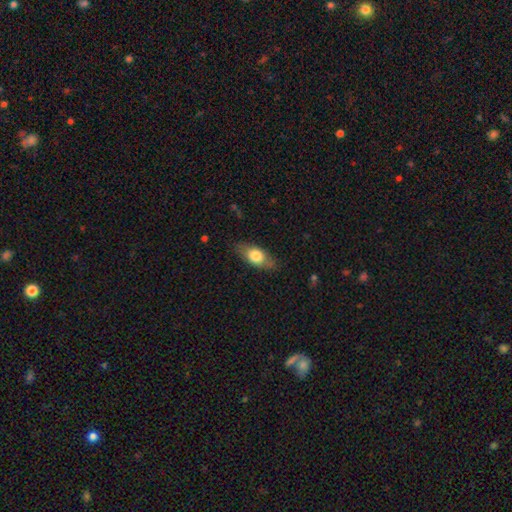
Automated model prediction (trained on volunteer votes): smooth_or_featured: smooth (p=0.71) [alt: featured or disk p=0.23]
how_rounded: in between (p=0.82) [alt: cigar-shaped p=0.11]
merging: none (p=0.78) [alt: minor disturbance p=0.16]